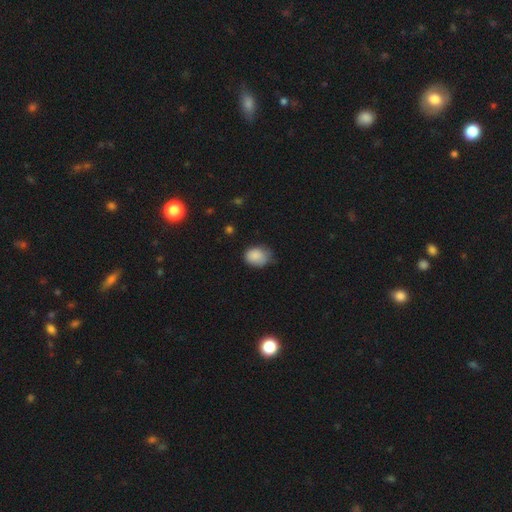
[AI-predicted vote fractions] Overall: smooth (85%). How rounded: in between (52%; round 47%). Merging: none (51%; minor disturbance 39%).